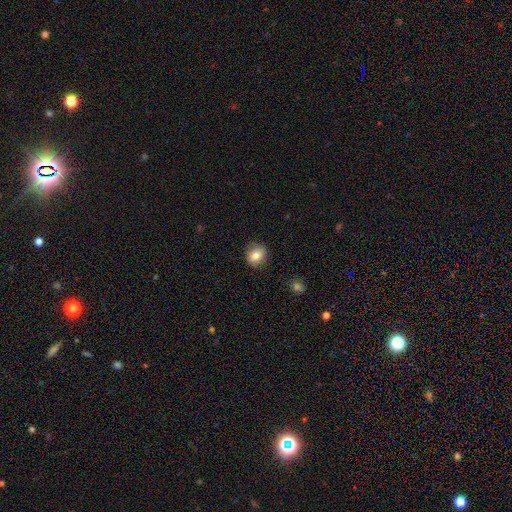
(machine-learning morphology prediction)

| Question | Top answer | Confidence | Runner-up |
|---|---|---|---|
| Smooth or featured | smooth | 82% | star or artifact (9%) |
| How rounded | round | 77% | in between (22%) |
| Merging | none | 86% | minor disturbance (11%) |